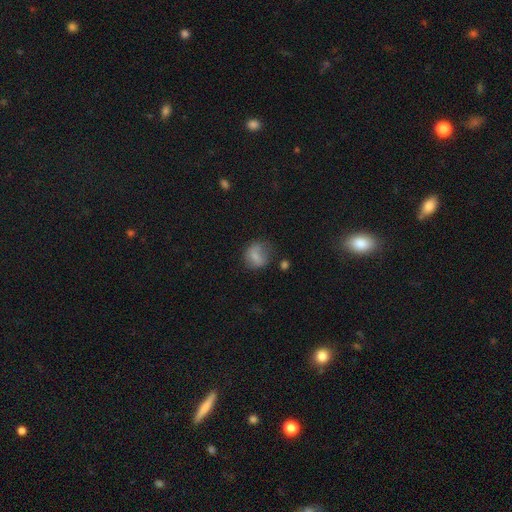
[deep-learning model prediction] Smooth or featured? smooth (71%)
How rounded? round (63%)
Merging? none (52%)